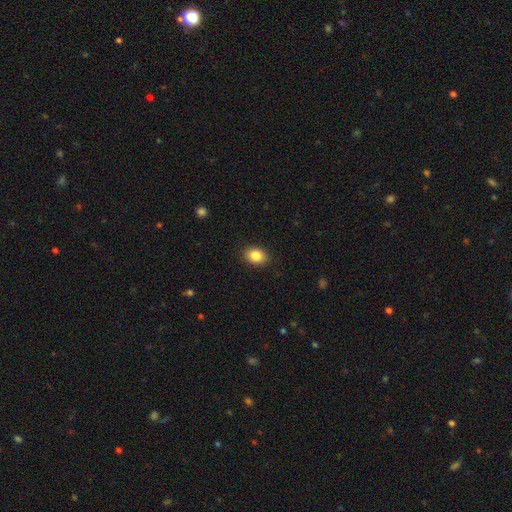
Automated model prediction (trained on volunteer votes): smooth 85%, star or artifact 9%, featured or disk 6%. Down the decision tree: how rounded — in between (67%); merging — none (89%).